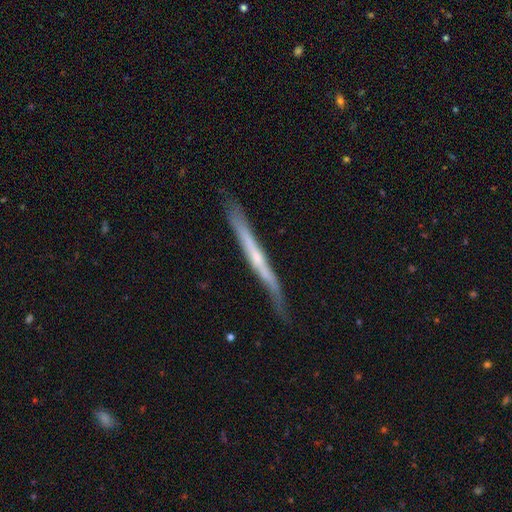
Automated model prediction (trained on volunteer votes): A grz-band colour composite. It shows a featured or disk galaxy (67%) viewed edge-on (95%) with no central bulge (61%). Merging: none (75%).